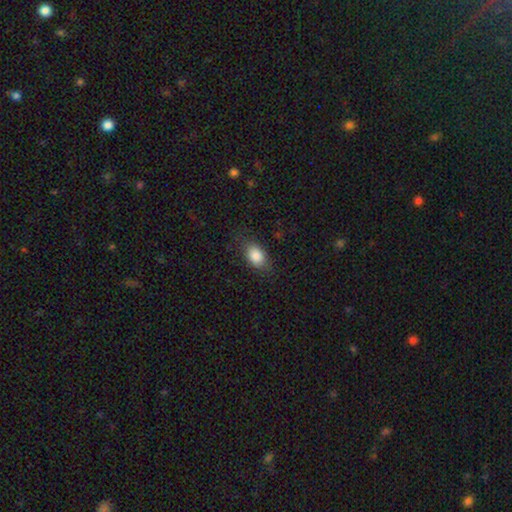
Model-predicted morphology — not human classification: type=smooth (85%); roundness=in between (83%); merging=none (78%).